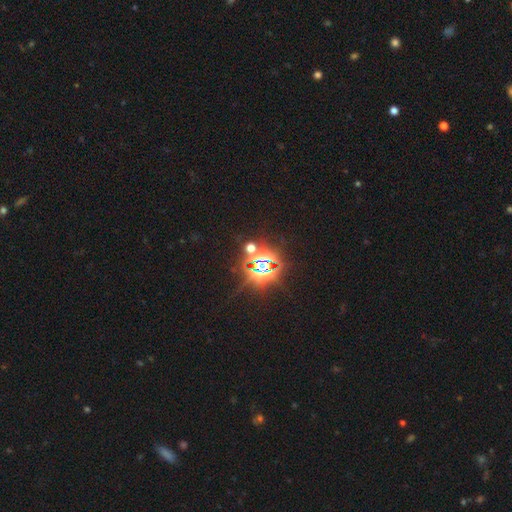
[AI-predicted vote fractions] Morphology: type=star or artifact (85%).